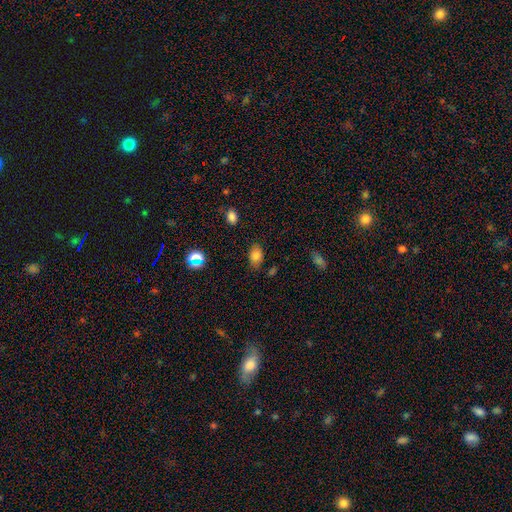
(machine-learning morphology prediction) Smooth or featured? smooth (80%)
How rounded? in between (85%)
Merging? none (77%)